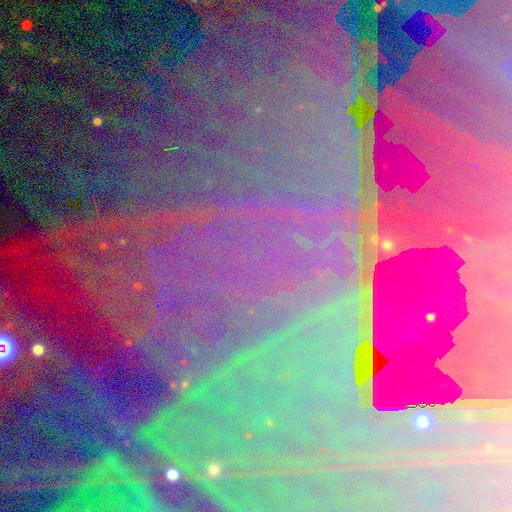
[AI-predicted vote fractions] A star or artifact, not a galaxy (81%).